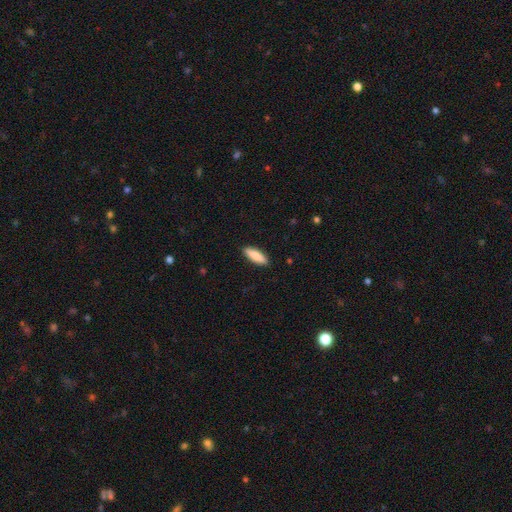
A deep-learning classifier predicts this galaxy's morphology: The model was most divided on "how rounded": cigar-shaped: 50%, in between: 48%, round: 2%. More confident: merging — none (90%); smooth or featured — smooth (84%).